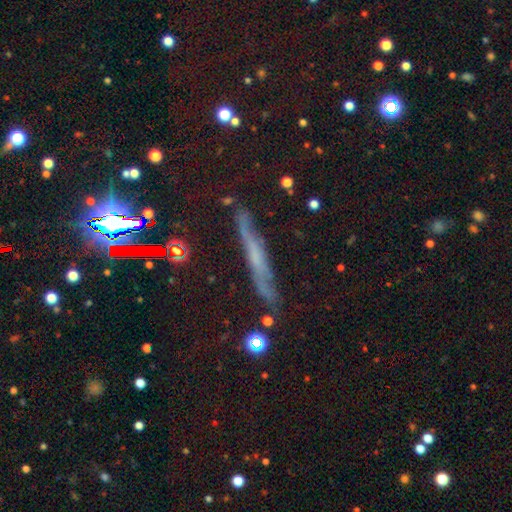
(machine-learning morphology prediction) This is possibly a featured or disk galaxy (50%). Merging: likely none (77%).